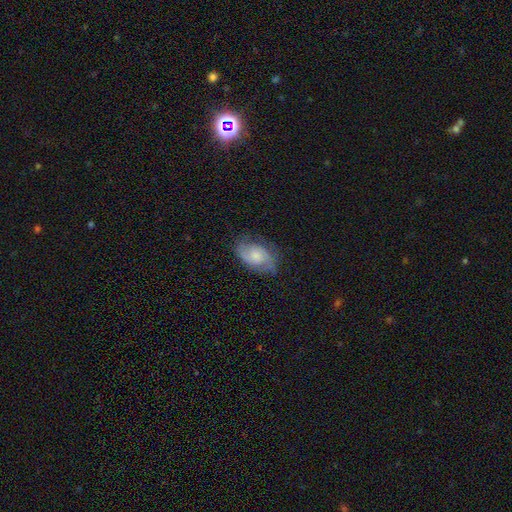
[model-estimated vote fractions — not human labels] smooth-or-featured: featured or disk: 63% | smooth: 30% | star or artifact: 7%
  disk-edge-on: no: 97% | yes: 3%
    bar: no: 66% | weak: 30% | strong: 4%
    has-spiral-arms: yes: 91% | no: 9%
      spiral-winding: medium: 47% | tight: 29% | loose: 23%
      spiral-arm-count: 2: 80% | can't tell: 11% | 1: 4% | 3: 3% | 4: 1% | more than 4: 1%
    bulge-size: small: 40% | moderate: 36% | none: 14% | large: 9% | dominant: 2%
  merging: none: 71% | minor disturbance: 20% | major disturbance: 8% | merger: 1%